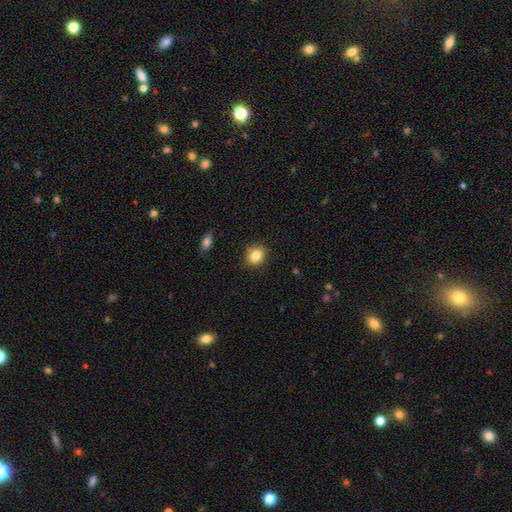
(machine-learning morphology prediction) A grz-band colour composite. It shows a smooth galaxy with no disk features (84%) that is round (57%). Merging: none (85%).